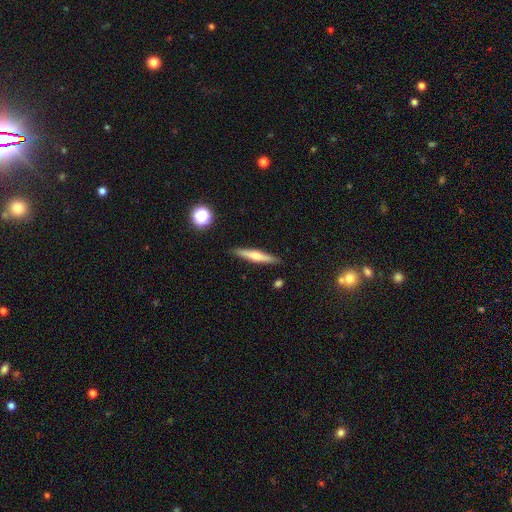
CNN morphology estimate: Smooth or featured?
  - featured or disk: 48% *
  - smooth: 45%
  - star or artifact: 7%
Merging?
  - none: 89% *
  - minor disturbance: 8%
  - merger: 2%
  - major disturbance: 2%